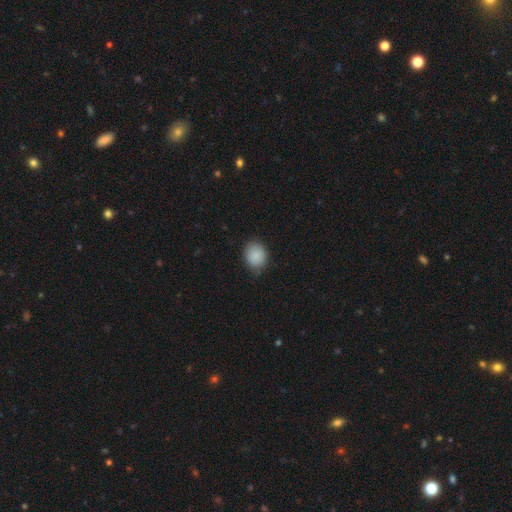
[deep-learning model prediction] This is clearly a smooth galaxy (88%). How rounded: likely round (66%). Merging: likely none (75%).